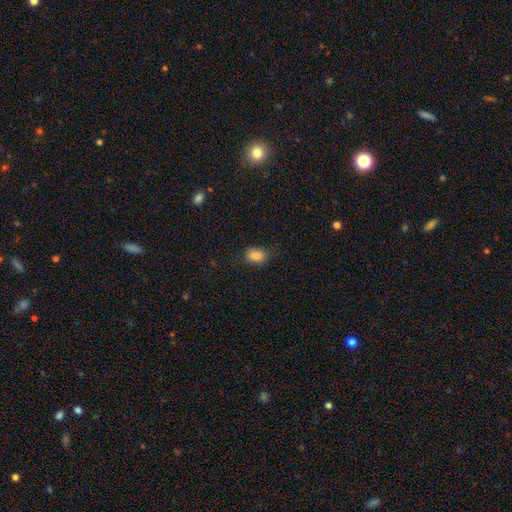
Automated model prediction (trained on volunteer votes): This is clearly a smooth galaxy (87%). How rounded: clearly in between (81%). Merging: likely none (76%).